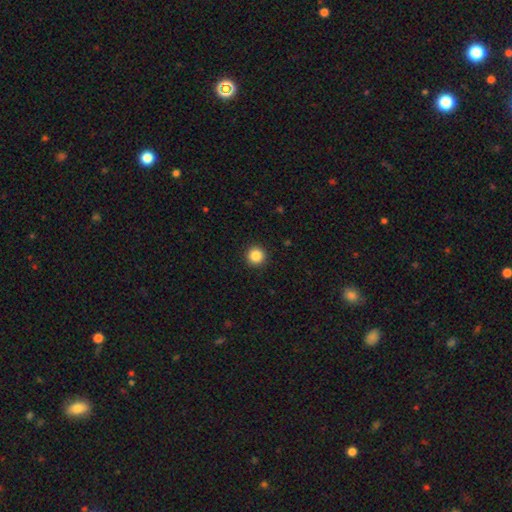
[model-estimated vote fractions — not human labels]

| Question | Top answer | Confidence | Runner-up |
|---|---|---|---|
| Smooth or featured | smooth | 86% | star or artifact (11%) |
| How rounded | round | 96% | in between (3%) |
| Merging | none | 93% | minor disturbance (4%) |